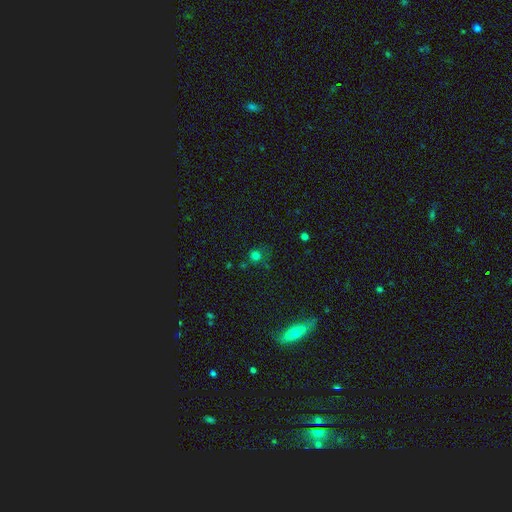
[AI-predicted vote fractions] Smooth or featured? smooth (67%)
How rounded? round (87%)
Merging? none (66%)